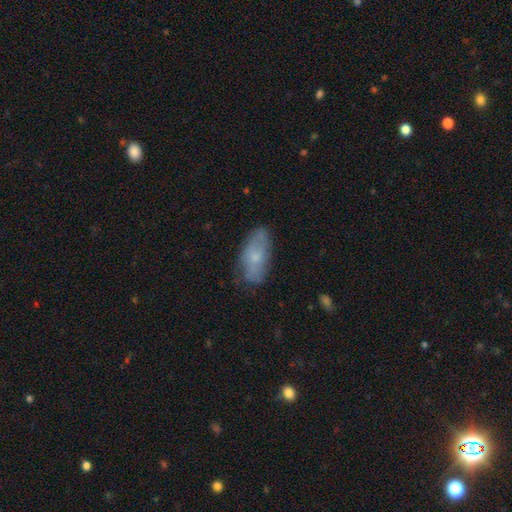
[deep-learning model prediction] smooth 62%, featured or disk 31%, star or artifact 7%. Down the decision tree: how rounded — in between (89%); merging — none (65%).